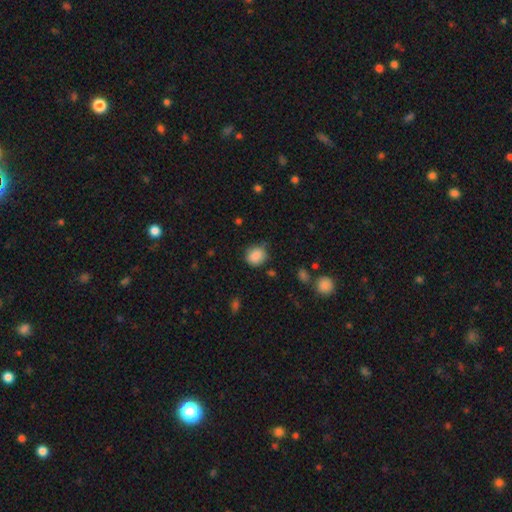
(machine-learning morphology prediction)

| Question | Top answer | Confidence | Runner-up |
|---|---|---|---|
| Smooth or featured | smooth | 87% | star or artifact (9%) |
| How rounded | round | 73% | in between (26%) |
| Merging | none | 73% | minor disturbance (20%) |